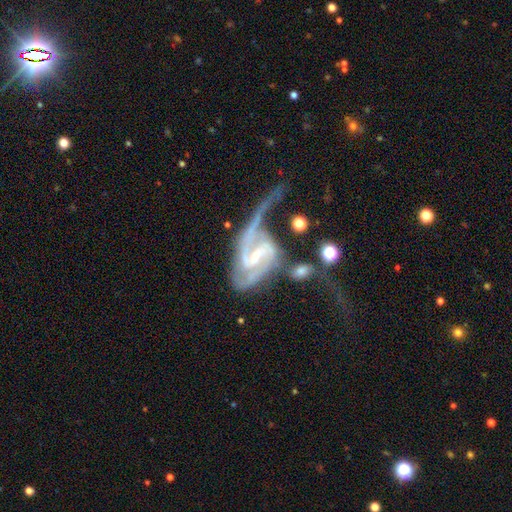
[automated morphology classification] The model was most divided on "bar": weak: 45%, strong: 40%, no: 15%. Remaining: edge-on disk — no (97%); spiral arms — yes (96%); smooth or featured — featured or disk (90%); spiral arm count — 2 (63%); bulge size — small (52%); merging — major disturbance (48%); spiral winding — medium (43%).